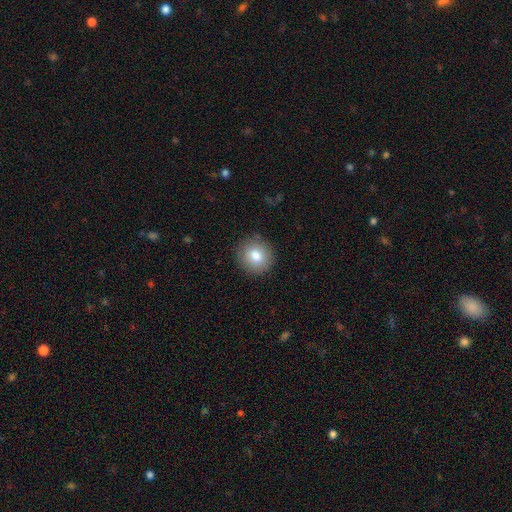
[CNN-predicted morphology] smooth 82%, featured or disk 9%, star or artifact 9%. Down the decision tree: how rounded — round (88%); merging — none (88%).